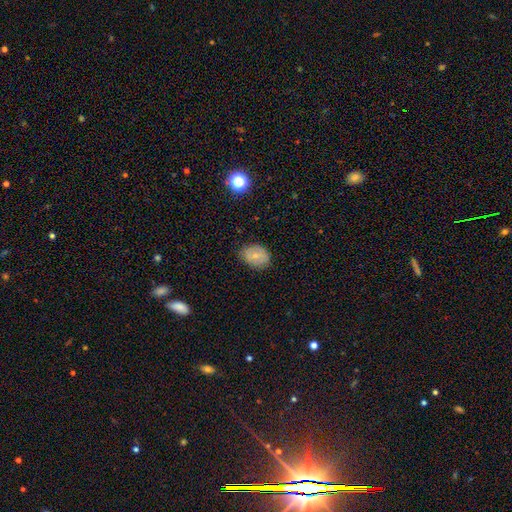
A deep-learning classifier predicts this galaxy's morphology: smooth 69%, featured or disk 22%, star or artifact 9%. Down the decision tree: how rounded — in between (69%); merging — none (80%).